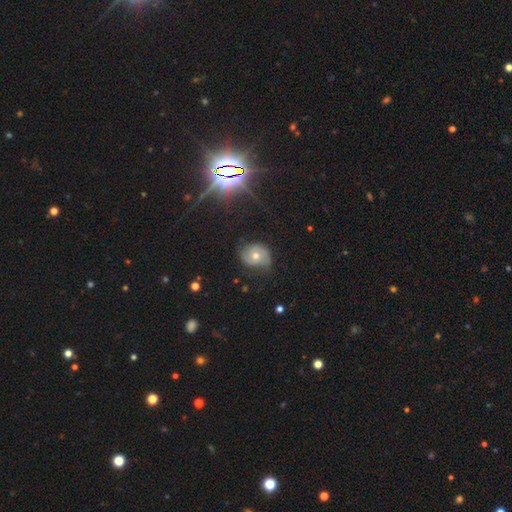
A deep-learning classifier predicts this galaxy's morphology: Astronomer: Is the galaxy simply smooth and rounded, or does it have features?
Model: featured or disk — 62%.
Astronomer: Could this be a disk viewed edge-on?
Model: no — 96%.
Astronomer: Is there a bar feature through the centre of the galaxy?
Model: no — 78%.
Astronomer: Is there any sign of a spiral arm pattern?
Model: yes — 84%.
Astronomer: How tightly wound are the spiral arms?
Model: tight — 41% (runner-up: medium, 38%).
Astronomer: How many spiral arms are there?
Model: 2 — 57%.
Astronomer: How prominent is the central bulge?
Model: moderate — 65%.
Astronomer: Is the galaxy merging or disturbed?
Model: none — 61%.